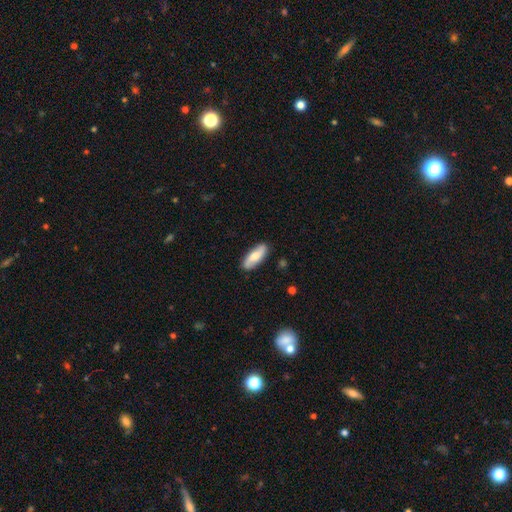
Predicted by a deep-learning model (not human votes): A smooth galaxy with no disk features (56%) that is in between round and cigar-shaped (65%). Merging: none (87%).